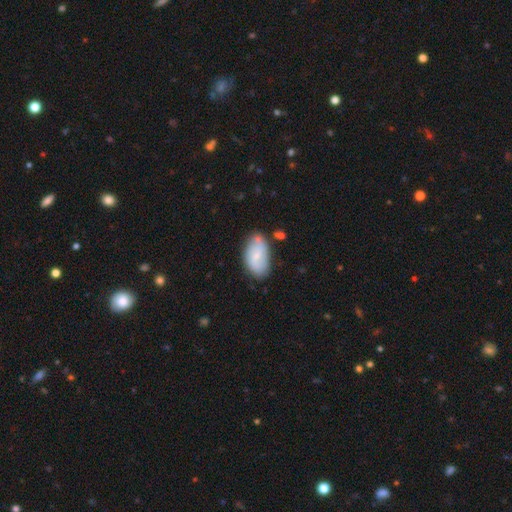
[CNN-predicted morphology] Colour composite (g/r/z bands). It shows a smooth galaxy with no disk features (57%) that is in between round and cigar-shaped (94%). Merging: none (66%).